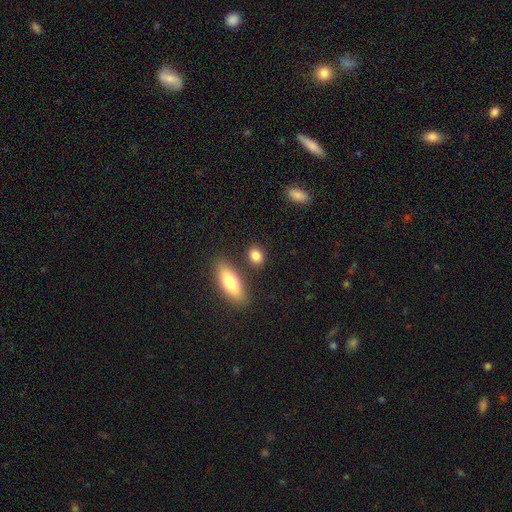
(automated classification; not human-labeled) Smooth or featured?
  - smooth: 84% *
  - star or artifact: 8%
  - featured or disk: 8%
How rounded?
  - in between: 61% *
  - round: 33%
  - cigar-shaped: 6%
Merging?
  - none: 78% *
  - minor disturbance: 10%
  - merger: 8%
  - major disturbance: 3%